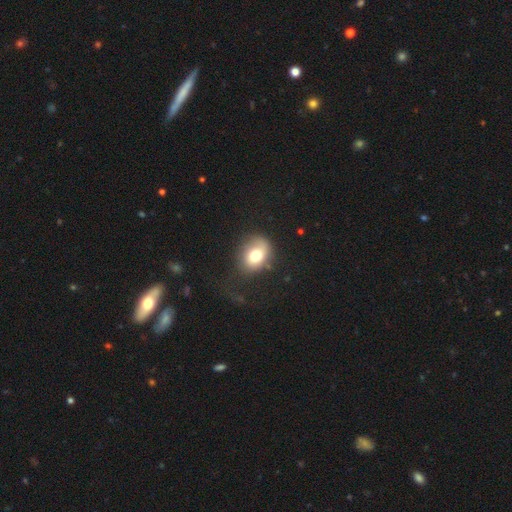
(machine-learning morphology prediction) Smooth or featured: smooth — 72% (featured or disk — 19%)
How rounded: in between — 55% (round — 44%)
Merging: none — 55% (minor disturbance — 25%)